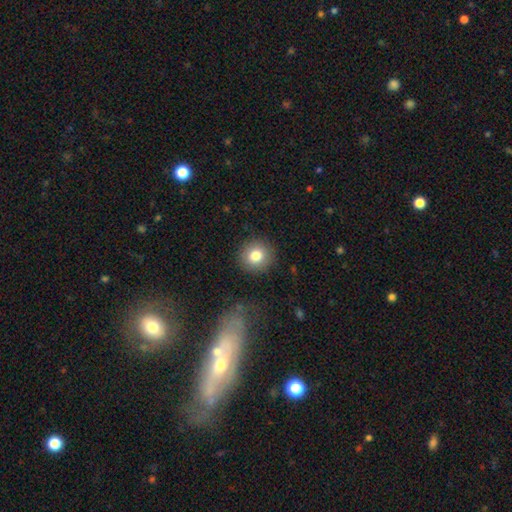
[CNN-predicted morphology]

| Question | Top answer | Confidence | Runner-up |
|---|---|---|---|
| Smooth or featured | smooth | 81% | star or artifact (10%) |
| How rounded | round | 91% | in between (8%) |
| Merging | none | 89% | minor disturbance (7%) |